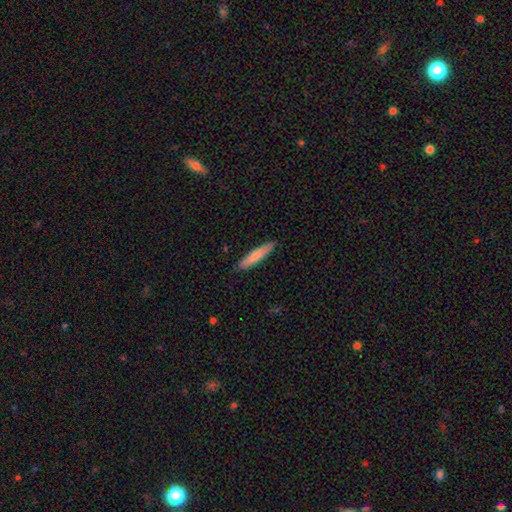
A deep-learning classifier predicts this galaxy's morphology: Q: Smooth or featured?
A: smooth (79%); runner-up: featured or disk (16%)
Q: How rounded?
A: cigar-shaped (88%); runner-up: in between (11%)
Q: Merging?
A: none (89%); runner-up: minor disturbance (9%)